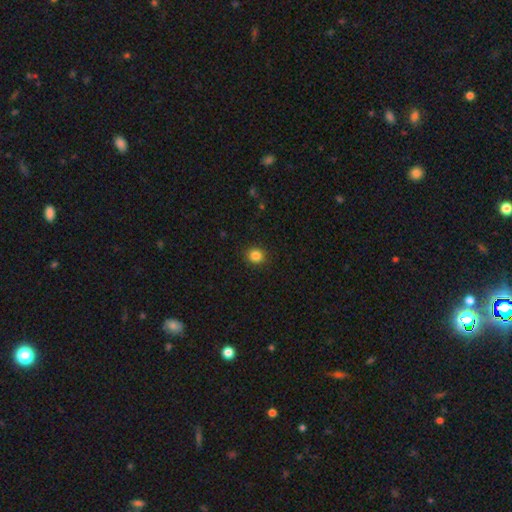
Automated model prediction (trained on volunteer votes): smooth 85%, star or artifact 11%, featured or disk 4%. Down the decision tree: how rounded — round (87%); merging — none (91%).